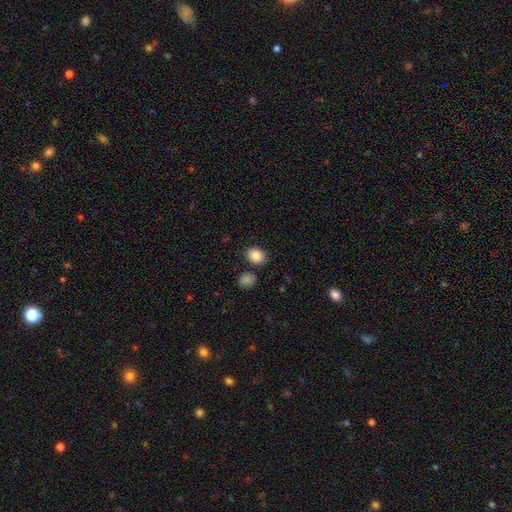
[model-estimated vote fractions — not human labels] Smooth or featured? Predicted: smooth (p=0.87). How rounded? Predicted: in between (p=0.53). Merging? Predicted: none (p=0.80).